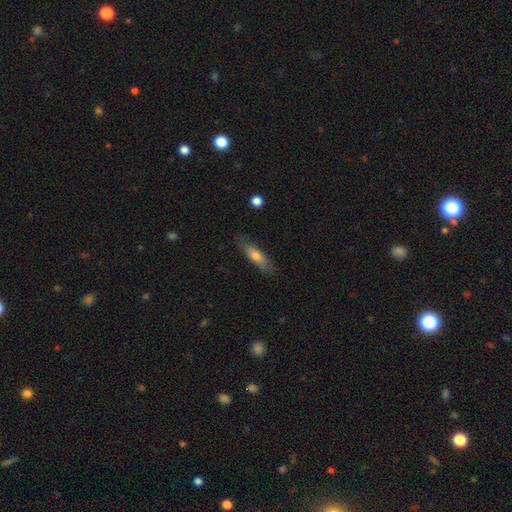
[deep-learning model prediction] A smooth galaxy with no disk features (64%) that is cigar-shaped (60%).

Vote fractions:
- Smooth or featured? smooth: 64% / featured or disk: 29% / star or artifact: 7%
- How rounded? cigar-shaped: 60% / in between: 38% / round: 2%
- Merging? none: 82% / minor disturbance: 14% / major disturbance: 3% / merger: 1%